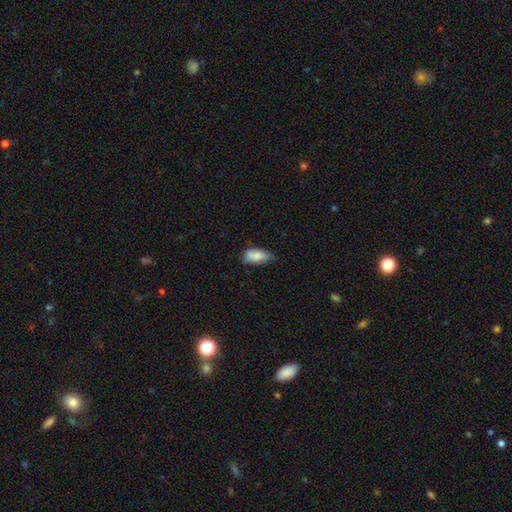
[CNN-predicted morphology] The model was most divided on "merging": none: 53%, minor disturbance: 38%, major disturbance: 7%, merger: 2%. More confident: how rounded — in between (89%); smooth or featured — smooth (84%).